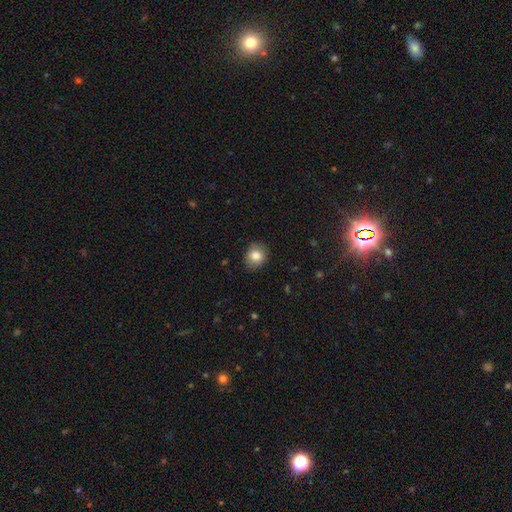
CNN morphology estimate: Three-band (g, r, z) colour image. It shows a smooth galaxy with no disk features (82%) that is round (62%). Merging: none (85%).